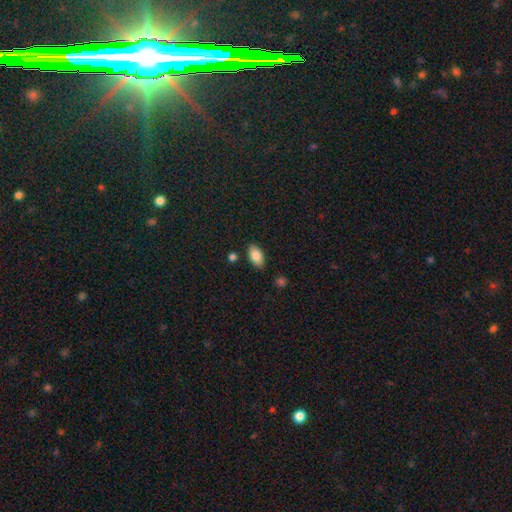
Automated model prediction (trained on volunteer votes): Overall: smooth (86%). How rounded: in between (93%). Merging: none (84%).